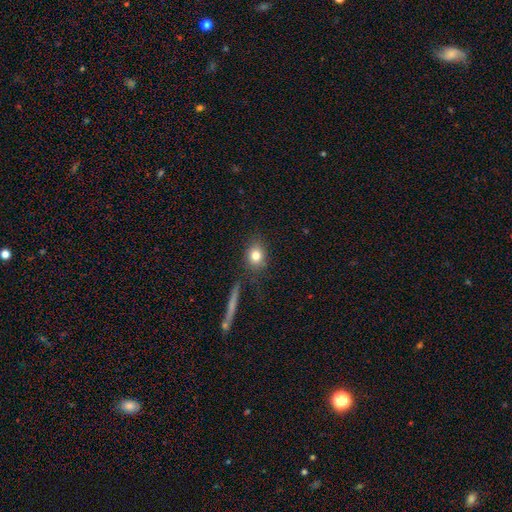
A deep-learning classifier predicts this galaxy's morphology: Smooth or featured: smooth — 80% (star or artifact — 10%)
How rounded: round — 64% (in between — 33%)
Merging: none — 79% (minor disturbance — 12%)